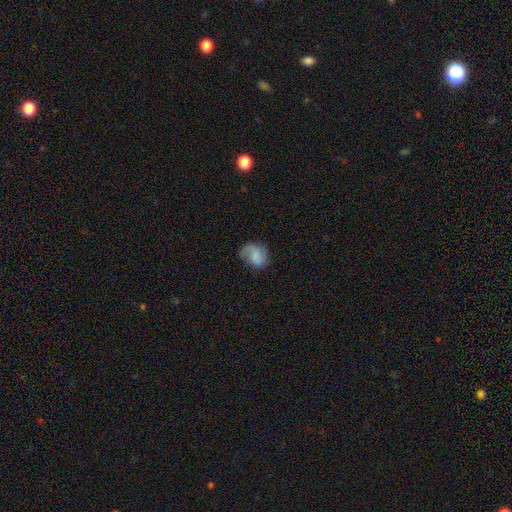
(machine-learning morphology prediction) Smooth or featured? Predicted: featured or disk (p=0.50). Merging? Predicted: none (p=0.60).